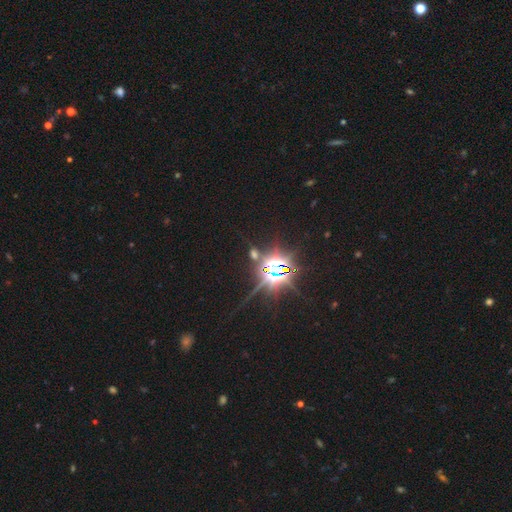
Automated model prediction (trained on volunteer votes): star or artifact 84%, featured or disk 9%, smooth 7%.